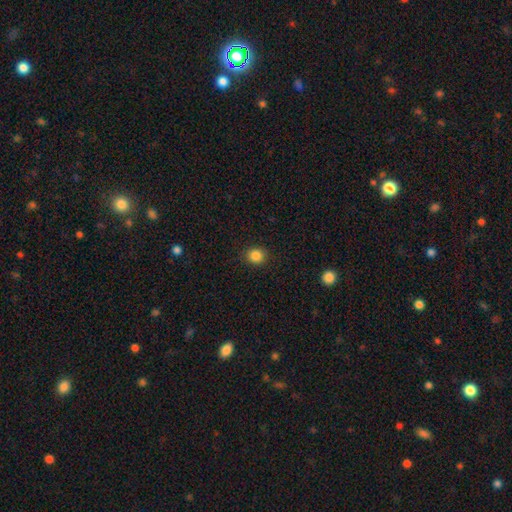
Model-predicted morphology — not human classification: This is clearly a smooth galaxy (86%). How rounded: clearly round (84%). Merging: clearly none (90%).